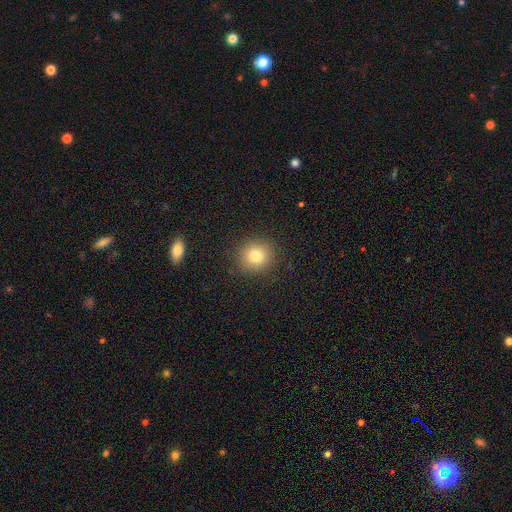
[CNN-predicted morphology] smooth 80%, star or artifact 12%, featured or disk 8%. Down the decision tree: how rounded — round (89%); merging — none (89%).